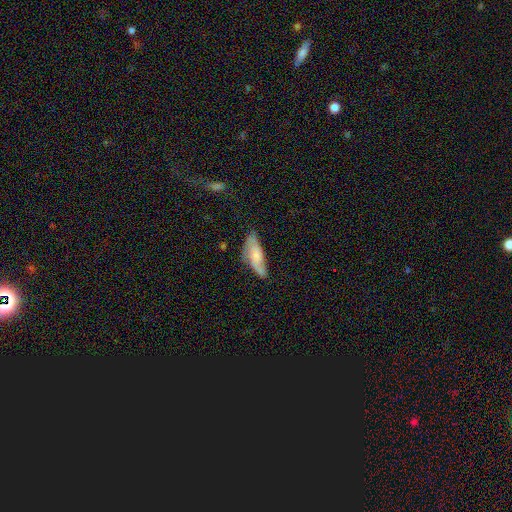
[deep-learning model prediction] Morphology: type=smooth (50%); merging=none (51%).